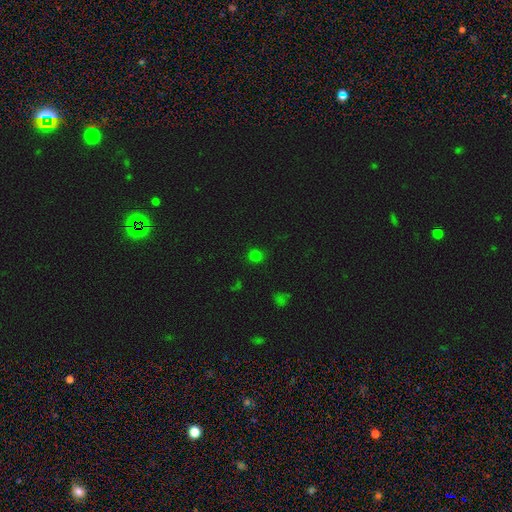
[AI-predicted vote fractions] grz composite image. It shows a smooth galaxy with no disk features (76%) that is round (91%). Merging: none (89%).